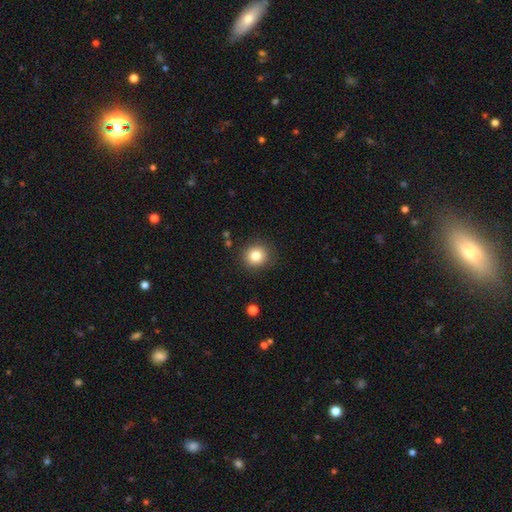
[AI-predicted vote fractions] This appears to be a smooth galaxy with no disk features (82%) that is round (90%). Merging: none (89%).